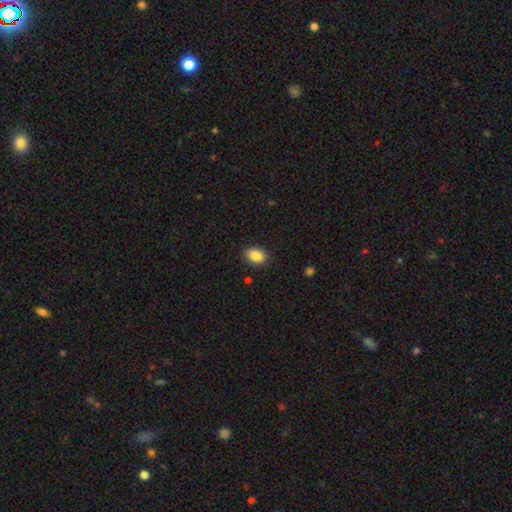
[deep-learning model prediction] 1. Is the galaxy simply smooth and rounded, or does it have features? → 88% smooth, 8% star or artifact, 4% featured or disk.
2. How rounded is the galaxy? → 81% in between, 17% round, 1% cigar-shaped.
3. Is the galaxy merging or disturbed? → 87% none, 9% minor disturbance, 2% major disturbance, 1% merger.